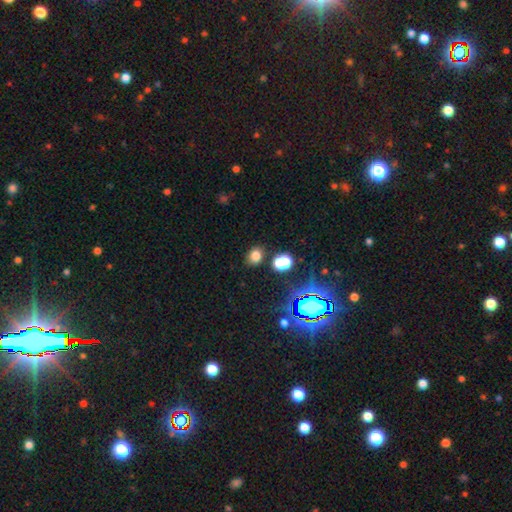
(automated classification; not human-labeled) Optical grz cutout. It shows a smooth galaxy with no disk features (73%) that is in between round and cigar-shaped (51%). Merging: none (76%).